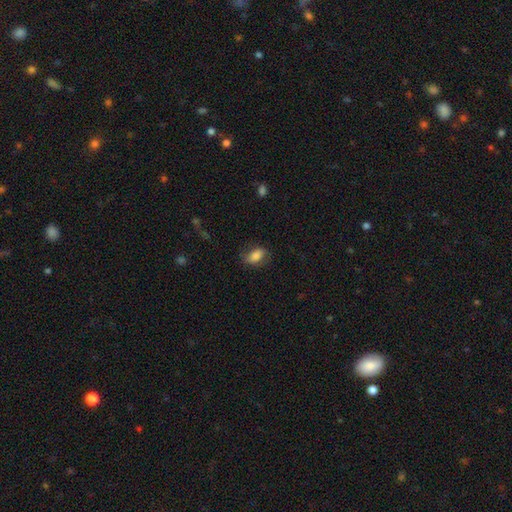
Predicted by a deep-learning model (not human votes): The model was most divided on "merging": none: 69%, minor disturbance: 21%, major disturbance: 8%, merger: 1%. More confident: how rounded — in between (87%); smooth or featured — smooth (80%).